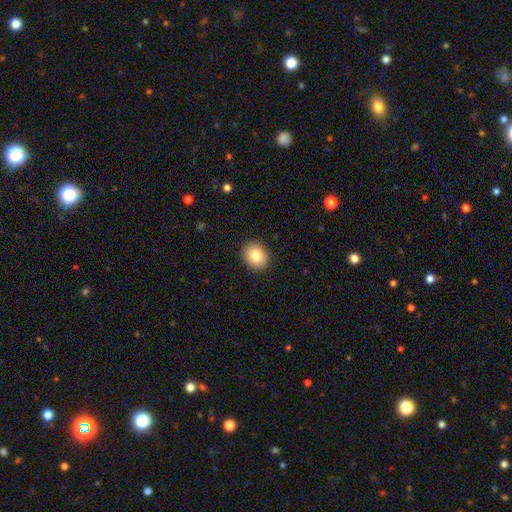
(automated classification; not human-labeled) A smooth galaxy with no disk features (82%) that is round (57%). Merging: none (90%).